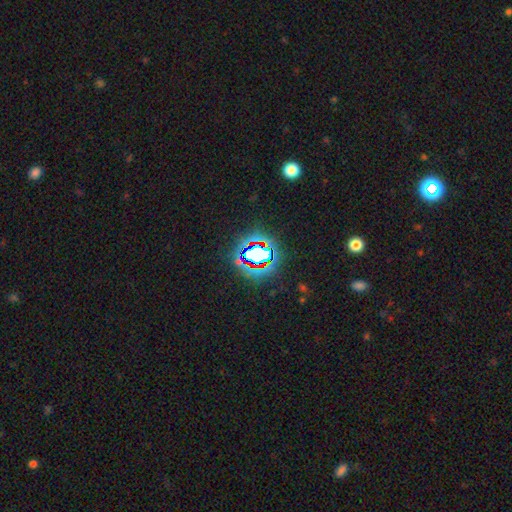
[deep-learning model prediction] Smooth or featured? star or artifact (69%)